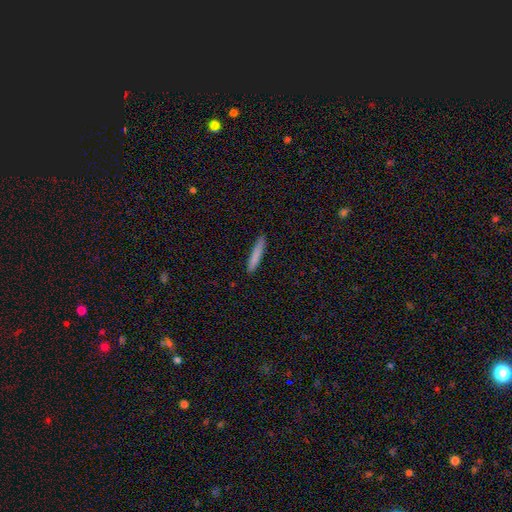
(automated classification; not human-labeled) Smooth or featured: smooth — 82% (featured or disk — 11%)
How rounded: cigar-shaped — 92% (in between — 6%)
Merging: none — 89% (minor disturbance — 8%)